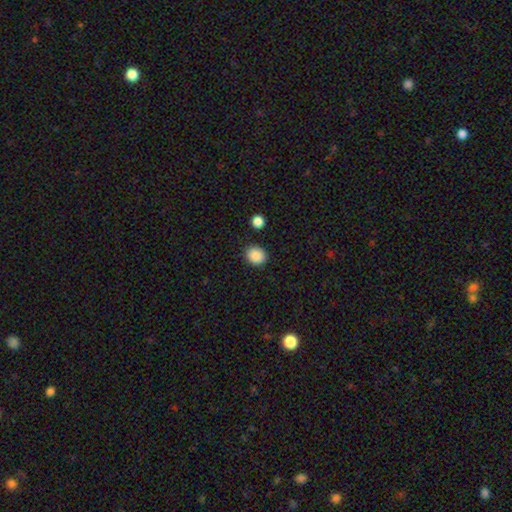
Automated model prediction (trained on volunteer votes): Smooth or featured? smooth (88%)
How rounded? round (77%)
Merging? none (89%)